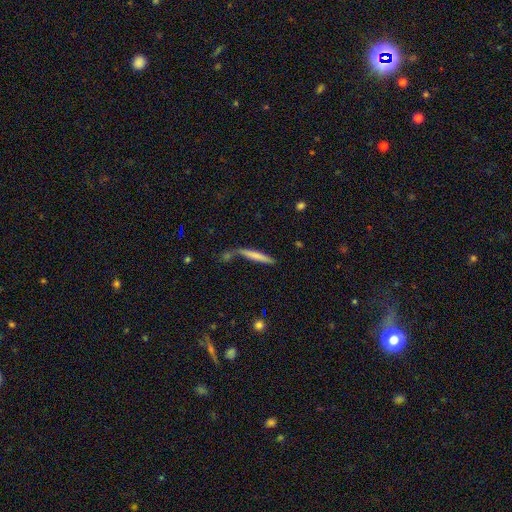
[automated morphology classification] A smooth galaxy with no disk features (67%) that is cigar-shaped (93%). Merging: none (60%).